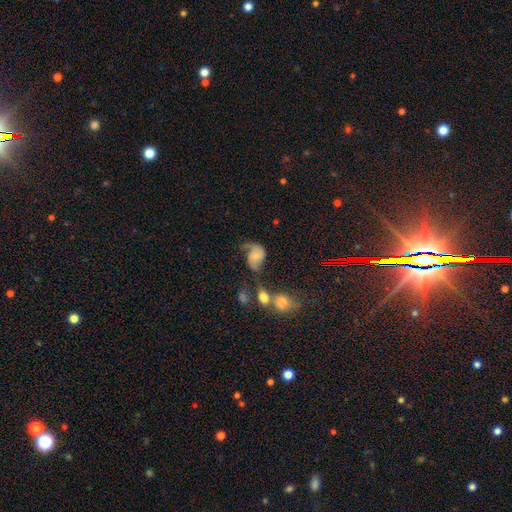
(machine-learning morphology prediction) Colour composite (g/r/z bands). It shows a featured or disk galaxy (61%) with no bar (68%), 2 (60%) loose (57%) spiral arms (88%) and a small central bulge (51%). Merging: major disturbance (35%).